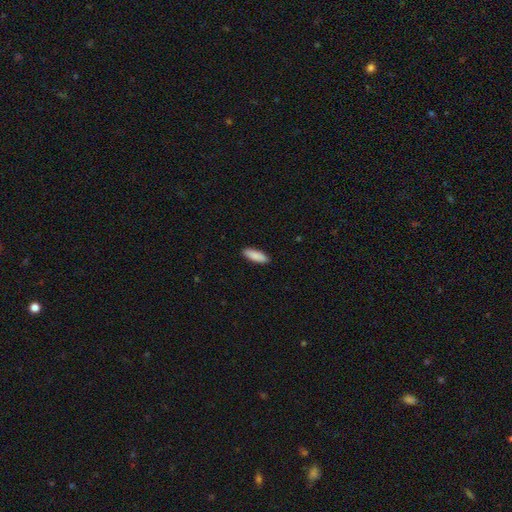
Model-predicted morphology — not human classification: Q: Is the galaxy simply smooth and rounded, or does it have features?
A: smooth — 90%.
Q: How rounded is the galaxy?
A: in between — 62%.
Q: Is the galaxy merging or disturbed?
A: none — 90%.